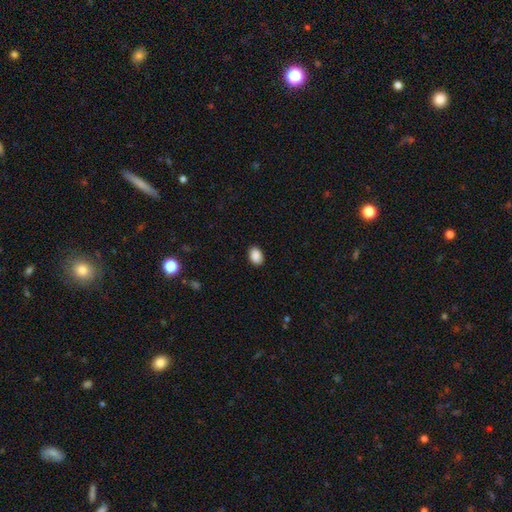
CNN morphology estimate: type=smooth (90%); roundness=in between (77%); merging=none (89%).